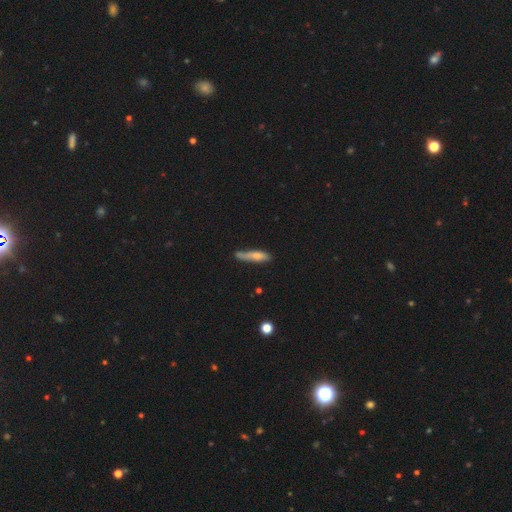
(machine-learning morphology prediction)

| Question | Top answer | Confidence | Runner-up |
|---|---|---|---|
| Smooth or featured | smooth | 65% | featured or disk (29%) |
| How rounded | cigar-shaped | 81% | in between (17%) |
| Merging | none | 54% | minor disturbance (29%) |